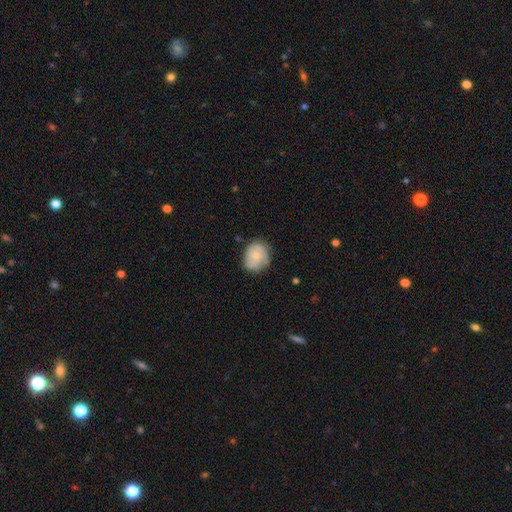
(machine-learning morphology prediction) A smooth galaxy with no disk features (55%) that is round (61%). Merging: none (63%).